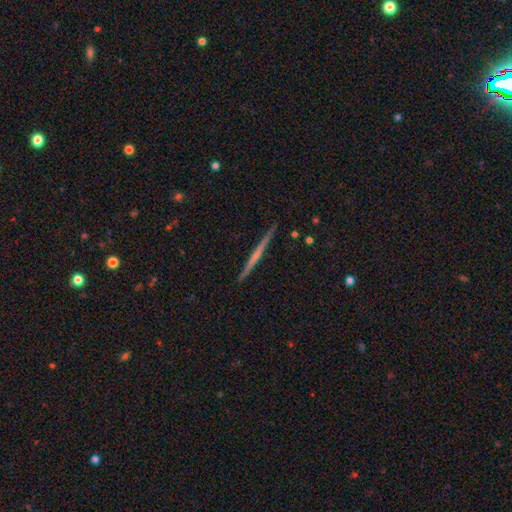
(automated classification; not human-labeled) Smooth or featured? Predicted: featured or disk (p=0.68). Edge-on disk? Predicted: yes (p=0.98). Edge-on bulge? Predicted: none (p=0.68). Merging? Predicted: none (p=0.92).